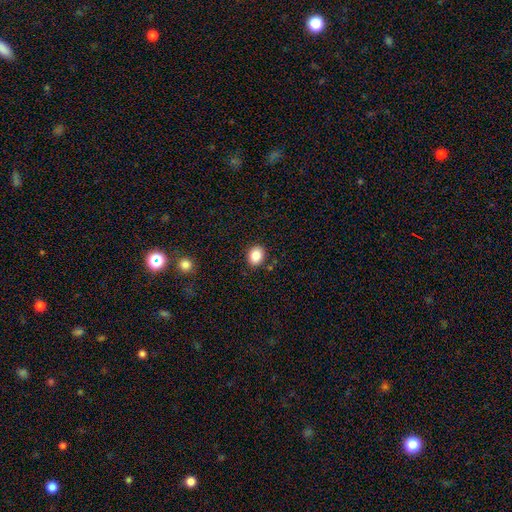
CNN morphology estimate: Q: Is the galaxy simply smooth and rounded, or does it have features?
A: smooth — 85%.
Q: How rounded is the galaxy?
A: in between — 52%.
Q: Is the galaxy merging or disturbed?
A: none — 88%.